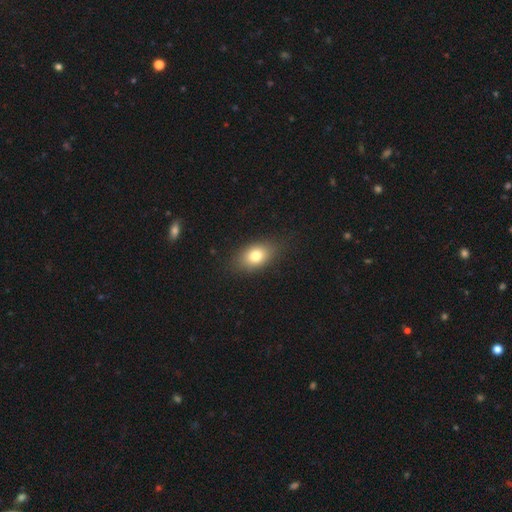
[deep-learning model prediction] Smooth or featured? Predicted: smooth (p=0.78). How rounded? Predicted: in between (p=0.82). Merging? Predicted: none (p=0.82).